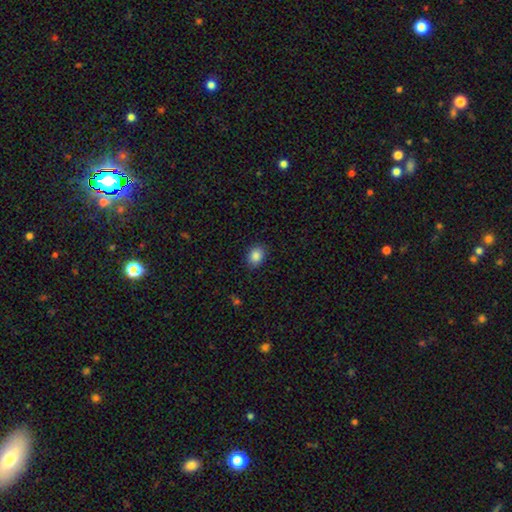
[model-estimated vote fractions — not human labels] Smooth or featured? smooth (87%)
How rounded? in between (61%)
Merging? none (87%)